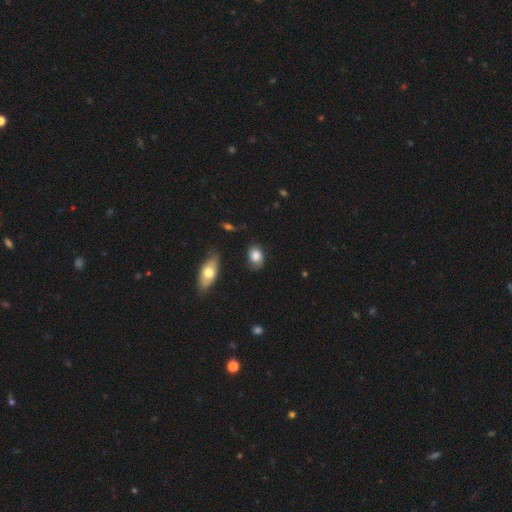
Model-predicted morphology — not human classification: Smooth or featured? Predicted: smooth (p=0.78). How rounded? Predicted: in between (p=0.73). Merging? Predicted: none (p=0.69).